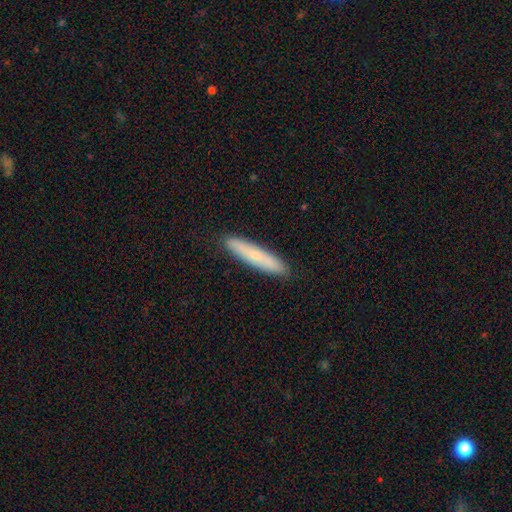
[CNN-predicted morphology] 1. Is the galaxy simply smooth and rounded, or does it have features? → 67% smooth, 27% featured or disk, 6% star or artifact.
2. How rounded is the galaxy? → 91% cigar-shaped, 7% in between, 1% round.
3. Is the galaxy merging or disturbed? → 91% none, 7% minor disturbance, 1% major disturbance, 1% merger.